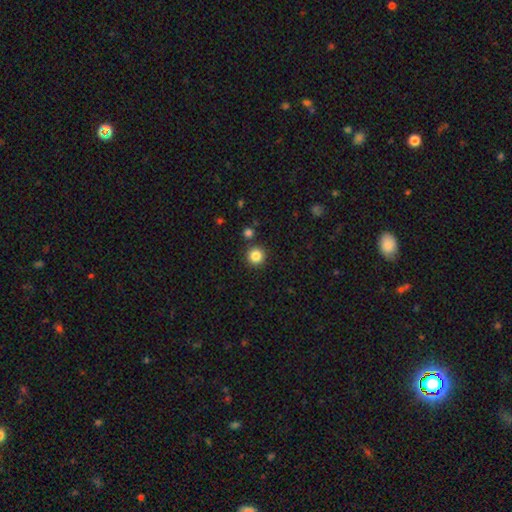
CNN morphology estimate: A smooth galaxy with no disk features (85%) that is round (95%). Merging: none (89%).